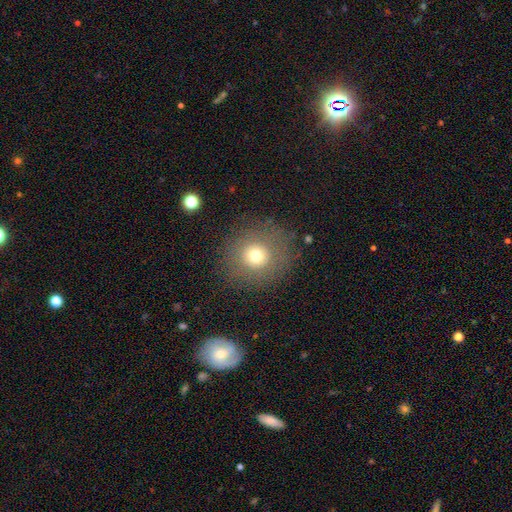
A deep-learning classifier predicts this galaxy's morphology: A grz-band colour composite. It shows a smooth galaxy with no disk features (69%) that is round (91%). Merging: none (83%).